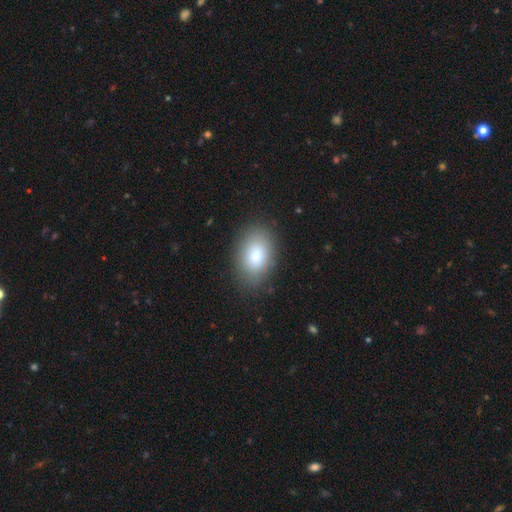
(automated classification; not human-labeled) Smooth or featured?
  - smooth: 82% *
  - featured or disk: 10%
  - star or artifact: 8%
How rounded?
  - in between: 86% *
  - round: 13%
  - cigar-shaped: 1%
Merging?
  - none: 84% *
  - minor disturbance: 11%
  - major disturbance: 3%
  - merger: 1%